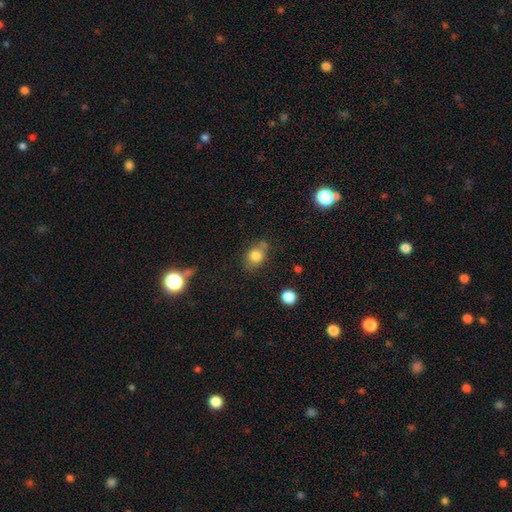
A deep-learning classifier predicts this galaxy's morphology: type=smooth (79%); roundness=in between (62%); merging=none (65%).